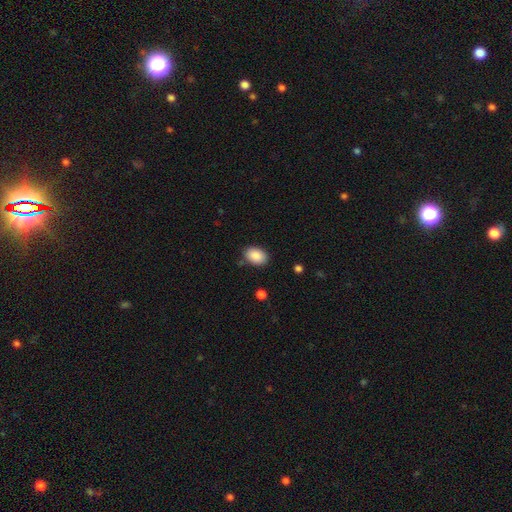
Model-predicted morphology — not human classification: Q: Smooth or featured?
A: smooth (89%); runner-up: star or artifact (7%)
Q: How rounded?
A: in between (84%); runner-up: round (15%)
Q: Merging?
A: none (84%); runner-up: minor disturbance (11%)